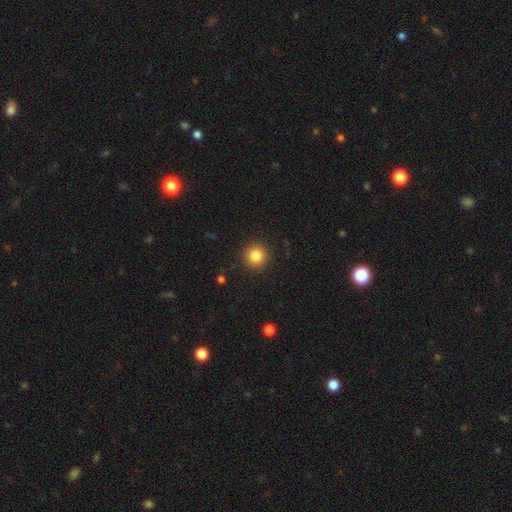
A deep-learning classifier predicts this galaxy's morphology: A smooth galaxy with no disk features (85%) that is round (94%).

Vote fractions:
- Smooth or featured? smooth: 85% / star or artifact: 10% / featured or disk: 5%
- How rounded? round: 94% / in between: 5% / cigar-shaped: 1%
- Merging? none: 91% / minor disturbance: 6% / major disturbance: 2% / merger: 1%